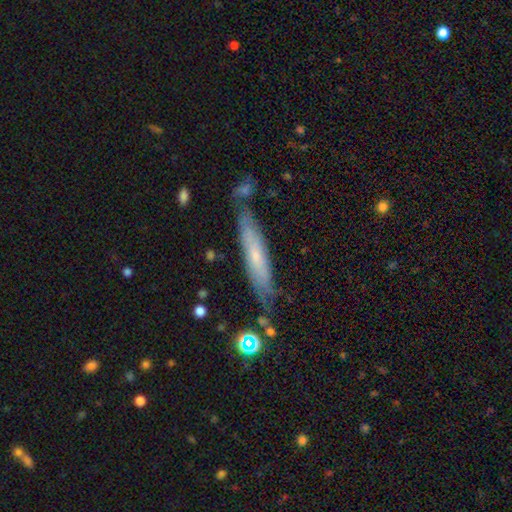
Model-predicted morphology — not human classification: type=featured or disk (48%); merging=none (73%).